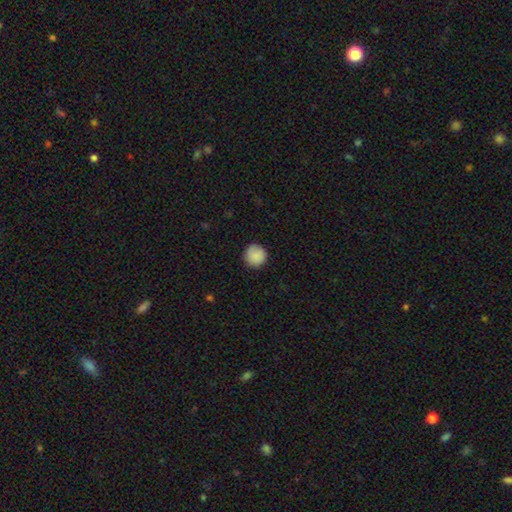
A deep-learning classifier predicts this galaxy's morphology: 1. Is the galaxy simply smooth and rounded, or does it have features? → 88% smooth, 8% star or artifact, 4% featured or disk.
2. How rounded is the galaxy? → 94% round, 5% in between, 1% cigar-shaped.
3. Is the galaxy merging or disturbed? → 86% none, 10% minor disturbance, 2% major disturbance, 1% merger.